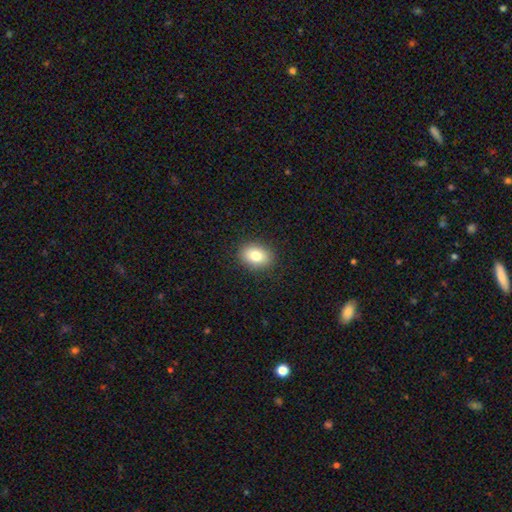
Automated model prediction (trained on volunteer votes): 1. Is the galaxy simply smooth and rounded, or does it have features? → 81% smooth, 10% featured or disk, 9% star or artifact.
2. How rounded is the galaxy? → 73% in between, 26% round, 1% cigar-shaped.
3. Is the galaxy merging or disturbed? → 89% none, 8% minor disturbance, 2% major disturbance, 1% merger.